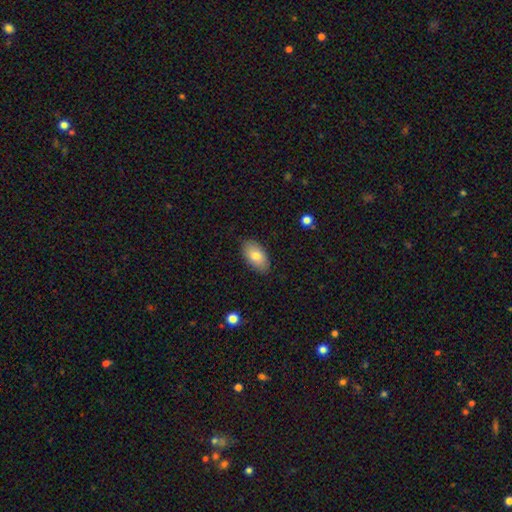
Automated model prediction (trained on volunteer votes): Smooth or featured? Predicted: smooth (p=0.79). How rounded? Predicted: in between (p=0.94). Merging? Predicted: none (p=0.86).